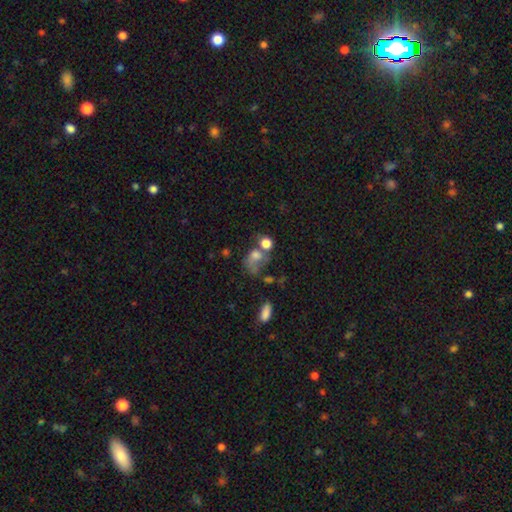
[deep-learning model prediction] Smooth or featured? smooth (64%)
How rounded? in between (52%)
Merging? merger (36%)